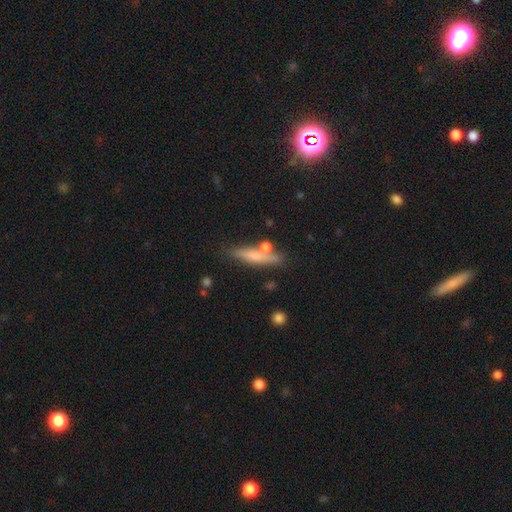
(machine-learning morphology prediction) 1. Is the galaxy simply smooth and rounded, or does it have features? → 60% smooth, 33% featured or disk, 8% star or artifact.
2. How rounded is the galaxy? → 82% cigar-shaped, 15% in between, 3% round.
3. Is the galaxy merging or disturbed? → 71% none, 14% minor disturbance, 11% merger, 4% major disturbance.